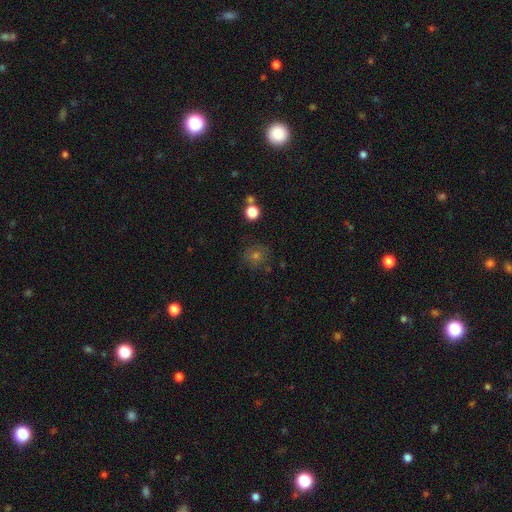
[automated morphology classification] smooth_or_featured: smooth (p=0.60) [alt: star or artifact p=0.25]
how_rounded: round (p=0.89) [alt: in between p=0.10]
merging: none (p=0.81) [alt: minor disturbance p=0.12]